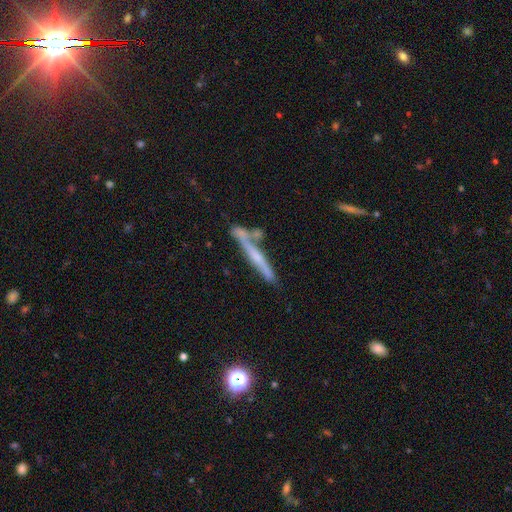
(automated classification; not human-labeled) A featured or disk galaxy (64%) viewed edge-on (91%) with a rounded central bulge (48%).

Vote fractions:
- Smooth or featured? featured or disk: 64% / smooth: 28% / star or artifact: 9%
- Edge-on disk? yes: 91% / no: 9%
- Edge-on bulge? rounded: 48% / none: 43% / boxy: 10%
- Merging? none: 63% / minor disturbance: 16% / merger: 15% / major disturbance: 6%